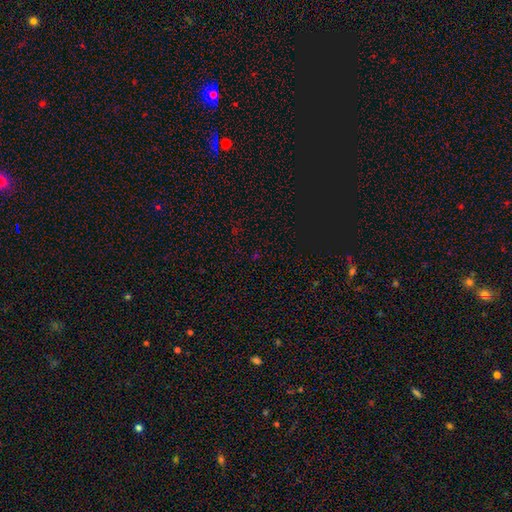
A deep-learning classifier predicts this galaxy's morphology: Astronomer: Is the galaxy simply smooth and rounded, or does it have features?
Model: star or artifact — 67%.